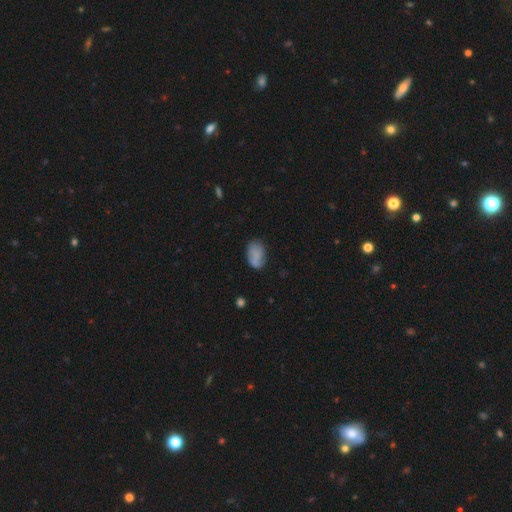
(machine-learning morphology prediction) The model was most divided on "merging": none: 64%, minor disturbance: 25%, major disturbance: 8%, merger: 3%. More confident: how rounded — in between (88%); smooth or featured — smooth (74%).